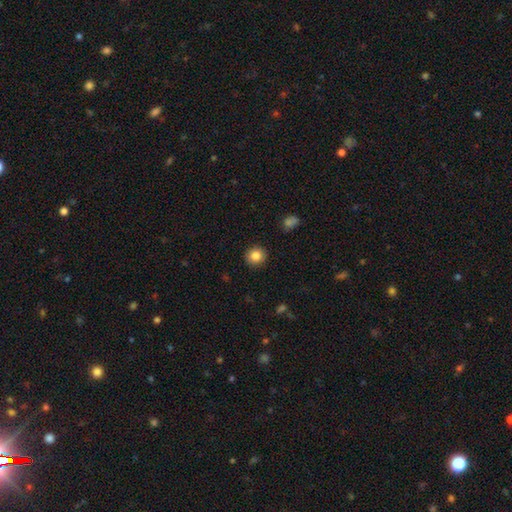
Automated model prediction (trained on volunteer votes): Smooth or featured?
  - smooth: 84% *
  - star or artifact: 10%
  - featured or disk: 6%
How rounded?
  - round: 91% *
  - in between: 8%
  - cigar-shaped: 1%
Merging?
  - none: 92% *
  - minor disturbance: 5%
  - major disturbance: 2%
  - merger: 1%